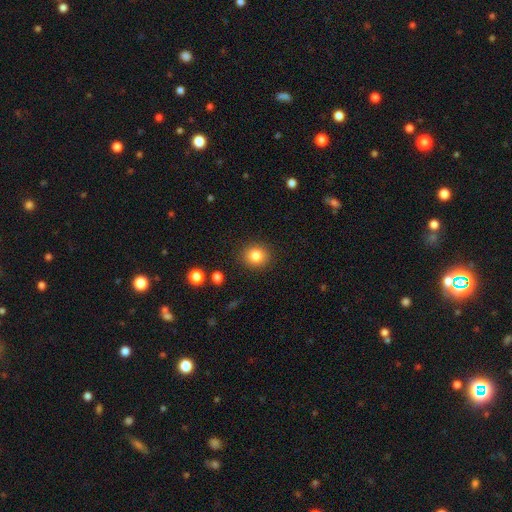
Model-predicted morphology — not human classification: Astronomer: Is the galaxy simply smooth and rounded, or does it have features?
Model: smooth — 83%.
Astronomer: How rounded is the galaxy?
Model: round — 82%.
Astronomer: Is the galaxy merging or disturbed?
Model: none — 90%.